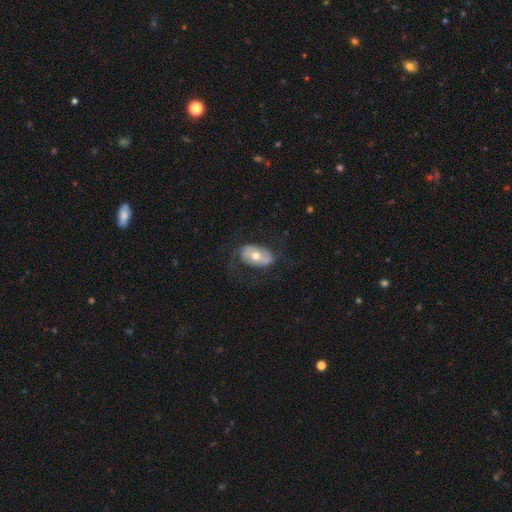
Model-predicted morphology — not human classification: The model was most divided on "smooth or featured": featured or disk: 57%, smooth: 37%, star or artifact: 6%. More confident: edge-on disk — no (94%); bulge size — moderate (75%); merging — none (65%); spiral arms — yes (63%); bar — no (59%).